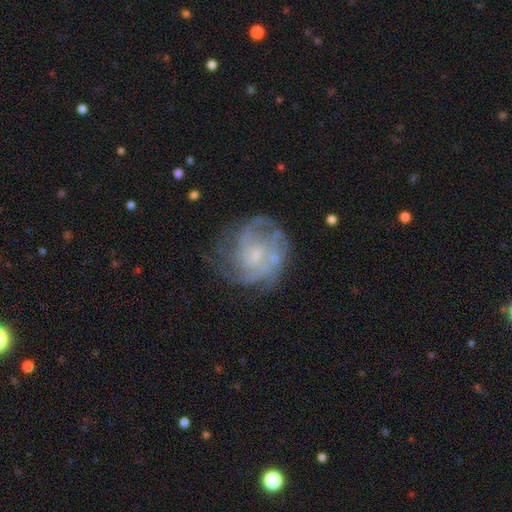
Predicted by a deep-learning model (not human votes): smooth-or-featured: featured or disk: 76% | smooth: 15% | star or artifact: 8%
  disk-edge-on: no: 98% | yes: 2%
    bar: no: 69% | weak: 27% | strong: 4%
    has-spiral-arms: yes: 84% | no: 16%
      spiral-winding: tight: 50% | medium: 35% | loose: 15%
      spiral-arm-count: can't tell: 42% | 3: 18% | 4: 16% | 2: 11% | more than 4: 7% | 1: 6%
    bulge-size: small: 70% | moderate: 17% | none: 11% | large: 1% | dominant: 1%
  merging: none: 63% | minor disturbance: 20% | major disturbance: 14% | merger: 3%